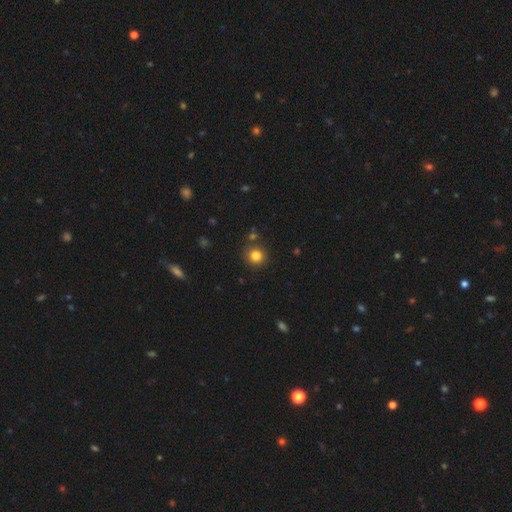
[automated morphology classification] Smooth or featured: smooth — 82% (star or artifact — 13%)
How rounded: round — 91% (in between — 8%)
Merging: none — 84% (minor disturbance — 8%)